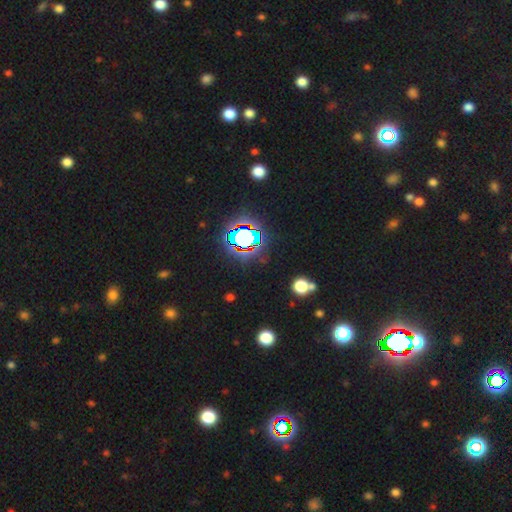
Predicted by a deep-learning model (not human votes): This appears to be a star or artifact, not a galaxy (80%).